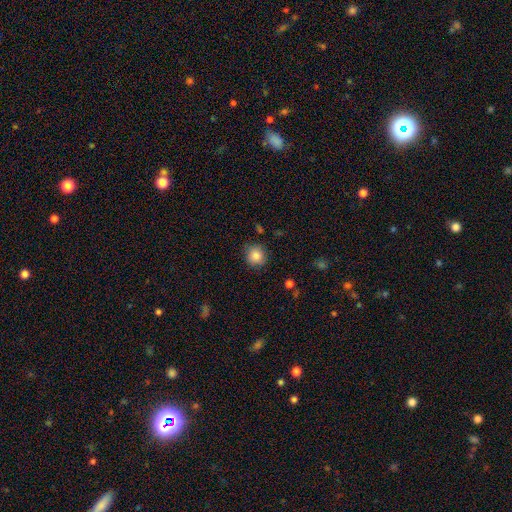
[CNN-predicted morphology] The model was most divided on "merging": none: 85%, minor disturbance: 11%, major disturbance: 3%, merger: 1%. More confident: how rounded — round (90%); smooth or featured — smooth (86%).